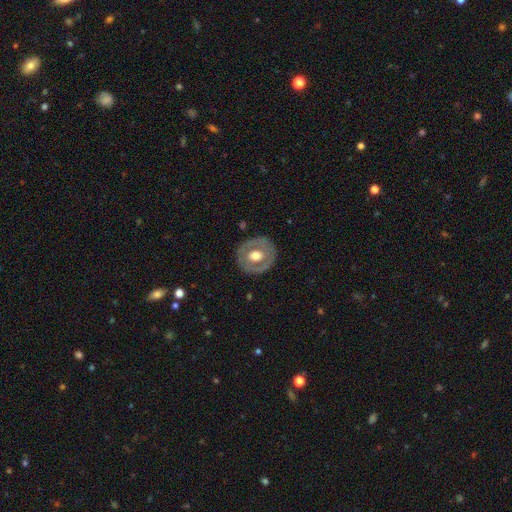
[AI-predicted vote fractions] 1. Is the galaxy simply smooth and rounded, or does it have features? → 55% featured or disk, 40% smooth, 5% star or artifact.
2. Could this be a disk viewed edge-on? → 95% no, 5% yes.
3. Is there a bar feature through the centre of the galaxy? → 74% no, 19% weak, 6% strong.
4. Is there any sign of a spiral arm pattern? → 84% no, 16% yes.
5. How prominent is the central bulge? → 62% moderate, 32% large, 4% small, 2% dominant, 1% none.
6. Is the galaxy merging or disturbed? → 83% none, 12% minor disturbance, 4% major disturbance, 1% merger.